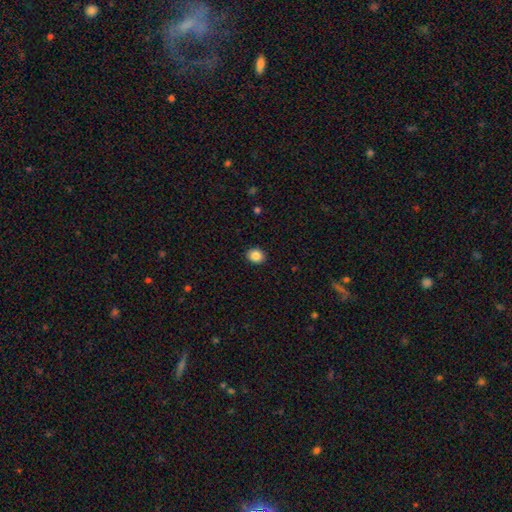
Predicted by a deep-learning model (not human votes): smooth 87%, star or artifact 10%, featured or disk 3%. Down the decision tree: how rounded — round (71%); merging — none (91%).